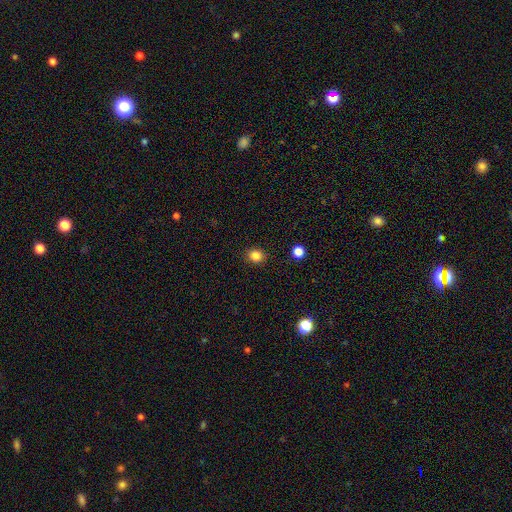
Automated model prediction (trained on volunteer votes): Smooth or featured? smooth (84%)
How rounded? round (82%)
Merging? none (90%)